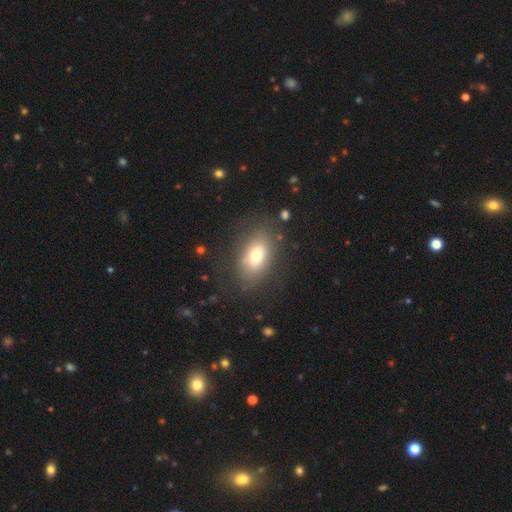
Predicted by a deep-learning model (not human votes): Q: Smooth or featured?
A: smooth (70%); runner-up: featured or disk (20%)
Q: How rounded?
A: in between (84%); runner-up: round (13%)
Q: Merging?
A: none (77%); runner-up: minor disturbance (14%)